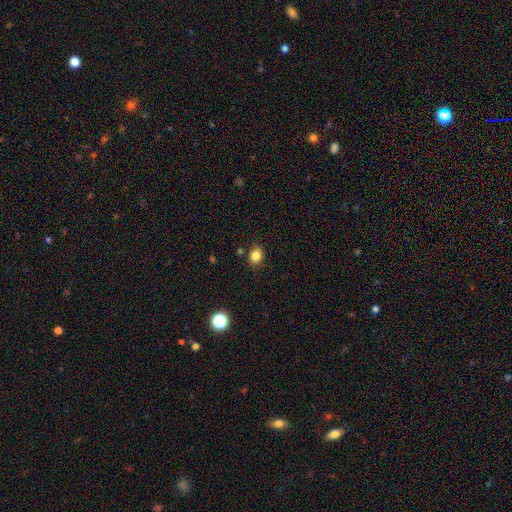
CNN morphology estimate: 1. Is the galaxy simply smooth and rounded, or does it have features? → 83% smooth, 11% star or artifact, 5% featured or disk.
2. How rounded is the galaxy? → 53% in between, 46% round, 1% cigar-shaped.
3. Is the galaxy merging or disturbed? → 83% none, 11% minor disturbance, 3% merger, 3% major disturbance.